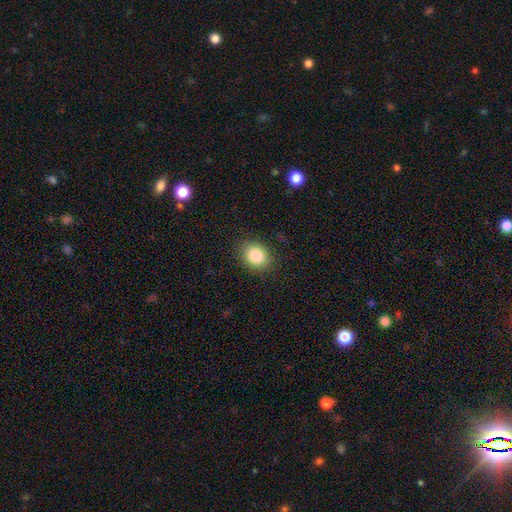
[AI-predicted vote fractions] A smooth galaxy with no disk features (85%) that is round (54%).

Vote fractions:
- Smooth or featured? smooth: 85% / star or artifact: 9% / featured or disk: 5%
- How rounded? round: 54% / in between: 45% / cigar-shaped: 1%
- Merging? none: 85% / minor disturbance: 11% / major disturbance: 3% / merger: 1%